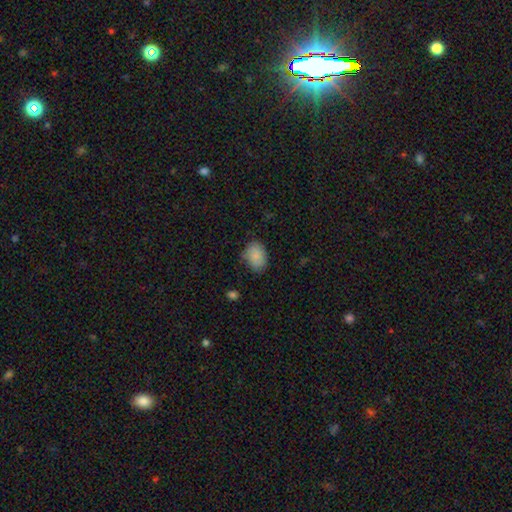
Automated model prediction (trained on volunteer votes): Morphology: type=smooth (86%); roundness=in between (79%); merging=none (74%).